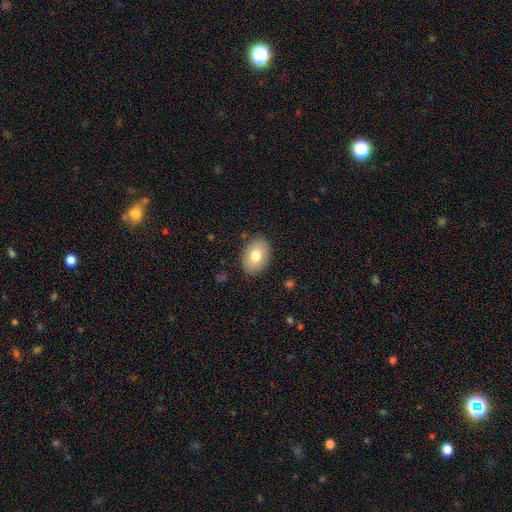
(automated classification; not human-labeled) Overall: smooth (77%). How rounded: in between (82%). Merging: none (87%).